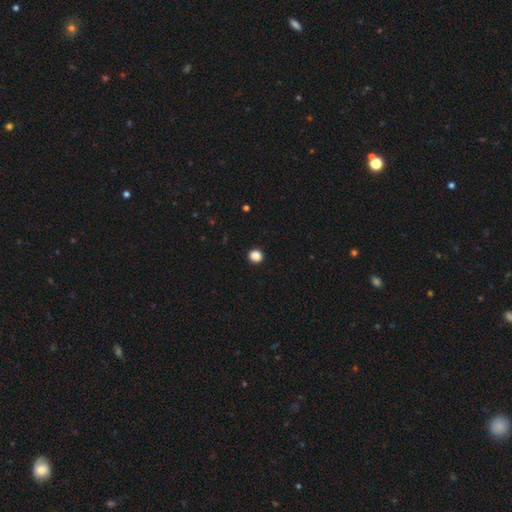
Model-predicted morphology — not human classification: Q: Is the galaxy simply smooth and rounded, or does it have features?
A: smooth — 87%.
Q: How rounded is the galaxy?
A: round — 84%.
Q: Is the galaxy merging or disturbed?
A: none — 93%.